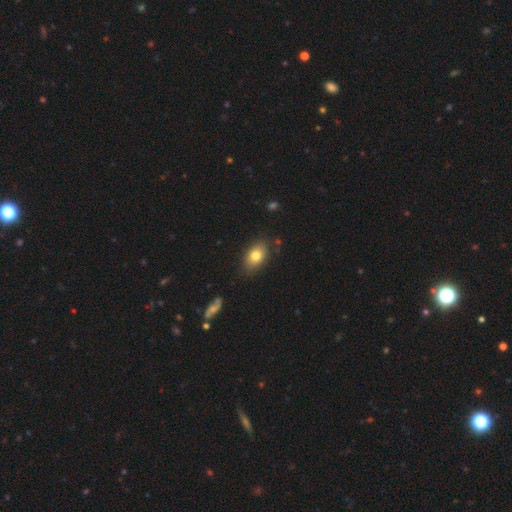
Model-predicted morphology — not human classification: This is likely a smooth galaxy (79%). How rounded: clearly in between (85%). Merging: clearly none (81%).